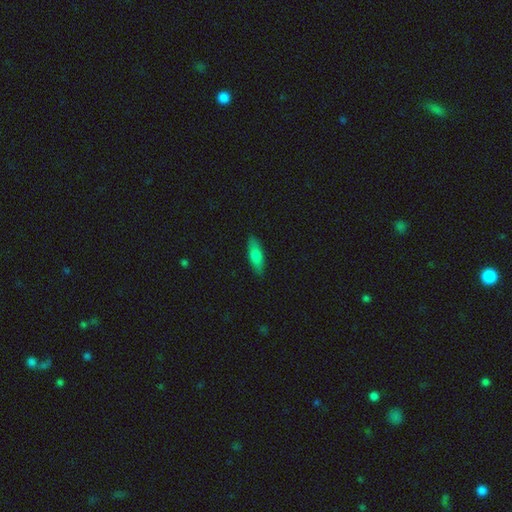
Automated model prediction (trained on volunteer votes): The model was most divided on "how rounded": in between: 57%, cigar-shaped: 41%, round: 2%. More confident: merging — none (87%); smooth or featured — smooth (75%).